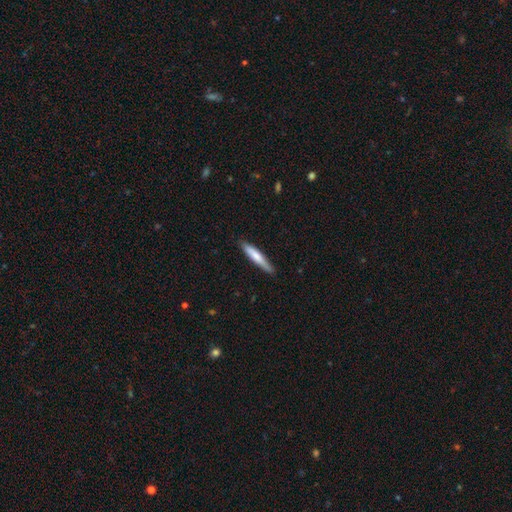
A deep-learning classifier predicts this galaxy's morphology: This is likely a smooth galaxy (70%). How rounded: clearly cigar-shaped (90%). Merging: clearly none (84%).